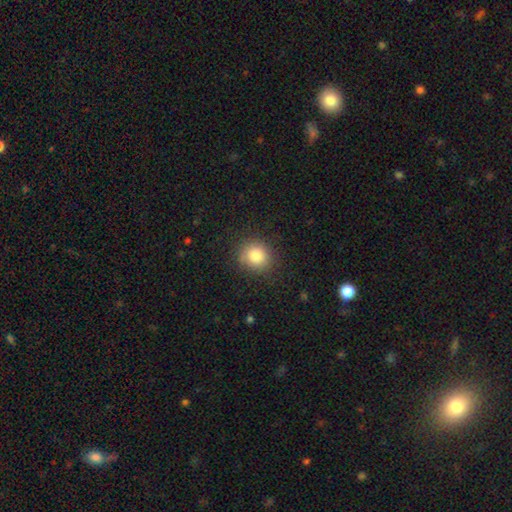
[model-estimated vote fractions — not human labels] Smooth or featured? Predicted: smooth (p=0.83). How rounded? Predicted: round (p=0.85). Merging? Predicted: none (p=0.83).